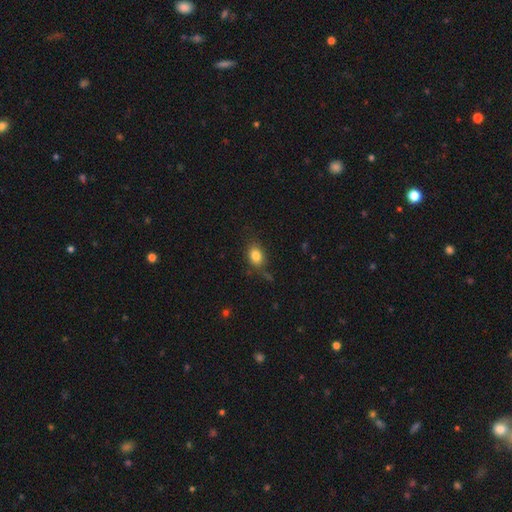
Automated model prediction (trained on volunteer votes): This is clearly a smooth galaxy (83%). How rounded: likely in between (69%). Merging: likely none (75%).